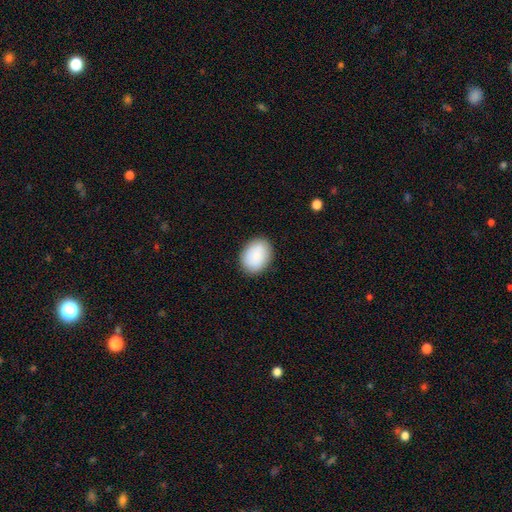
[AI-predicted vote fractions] A smooth galaxy with no disk features (88%) that is in between round and cigar-shaped (66%).

Vote fractions:
- Smooth or featured? smooth: 88% / featured or disk: 6% / star or artifact: 6%
- How rounded? in between: 66% / round: 33% / cigar-shaped: 1%
- Merging? none: 88% / minor disturbance: 9% / major disturbance: 2% / merger: 1%